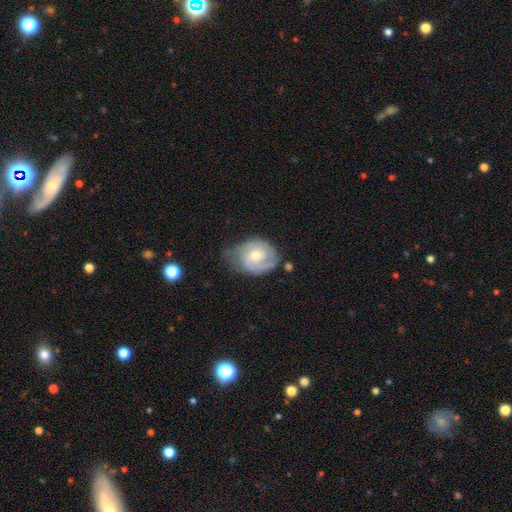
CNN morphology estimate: smooth-or-featured: featured or disk: 72% | smooth: 23% | star or artifact: 6%
  disk-edge-on: no: 97% | yes: 3%
    bar: no: 62% | weak: 33% | strong: 5%
    has-spiral-arms: yes: 88% | no: 12%
      spiral-winding: tight: 55% | medium: 34% | loose: 11%
      spiral-arm-count: 2: 53% | can't tell: 23% | 1: 12% | 3: 8% | 4: 2% | more than 4: 2%
    bulge-size: moderate: 61% | small: 32% | large: 4% | none: 1% | dominant: 1%
  merging: none: 50% | minor disturbance: 33% | major disturbance: 13% | merger: 3%